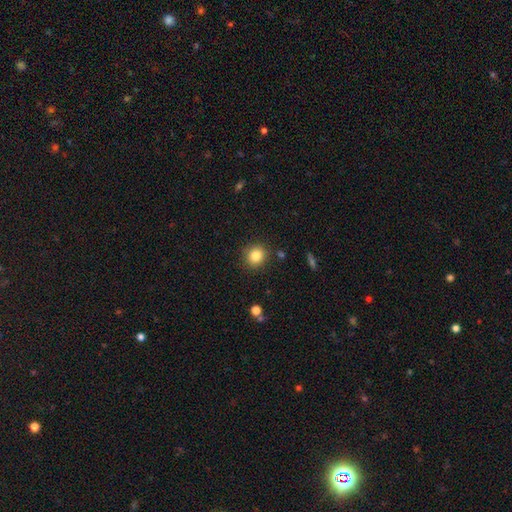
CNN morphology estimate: type=smooth (83%); roundness=round (89%); merging=none (88%).